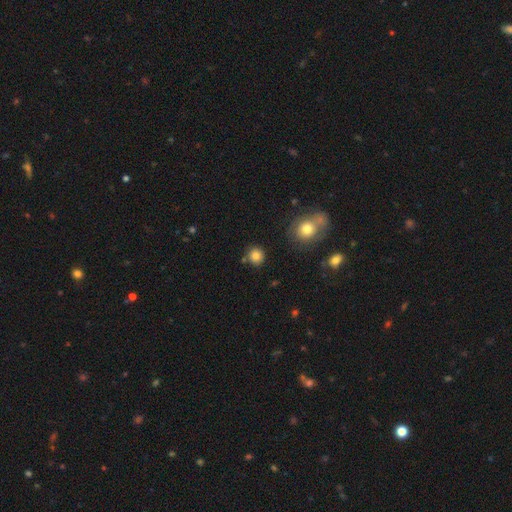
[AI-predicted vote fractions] The model was most divided on "smooth or featured": smooth: 82%, star or artifact: 12%, featured or disk: 6%. More confident: how rounded — round (90%); merging — none (82%).